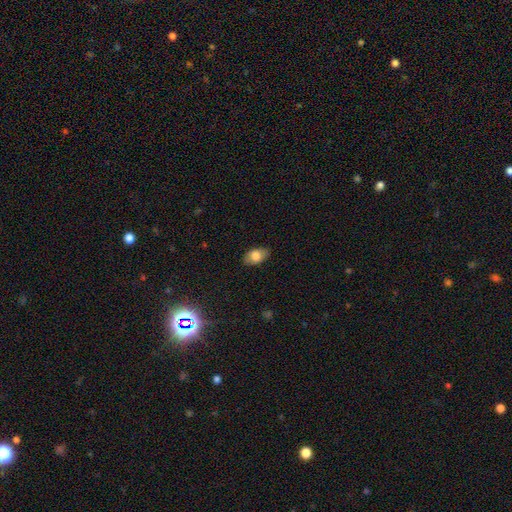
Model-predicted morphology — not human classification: type=smooth (77%); roundness=in between (91%); merging=none (85%).